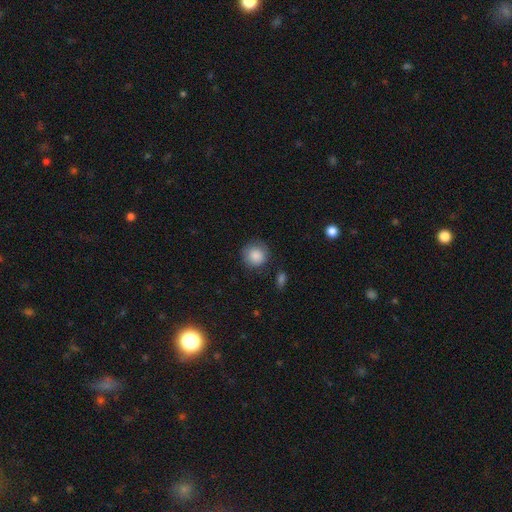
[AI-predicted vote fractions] smooth_or_featured: smooth (p=0.87) [alt: star or artifact p=0.08]
how_rounded: round (p=0.92) [alt: in between p=0.07]
merging: none (p=0.81) [alt: minor disturbance p=0.13]